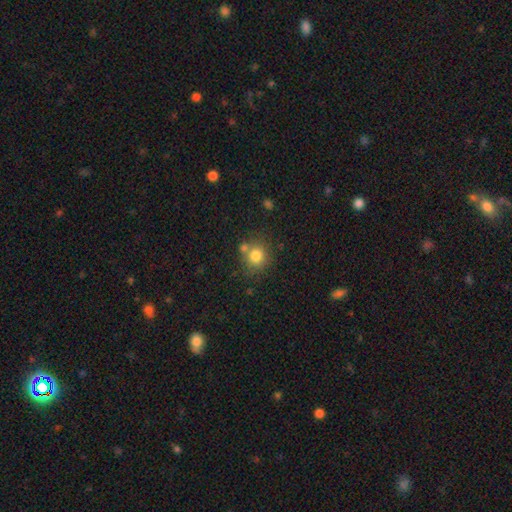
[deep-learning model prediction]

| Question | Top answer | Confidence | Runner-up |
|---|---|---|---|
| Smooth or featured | smooth | 80% | star or artifact (12%) |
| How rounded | round | 88% | in between (12%) |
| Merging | none | 66% | merger (19%) |